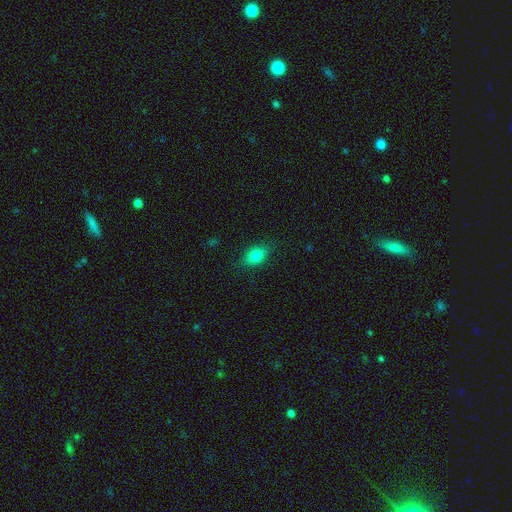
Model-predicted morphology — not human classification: This is clearly a smooth galaxy (82%). How rounded: clearly in between (81%). Merging: clearly none (83%).